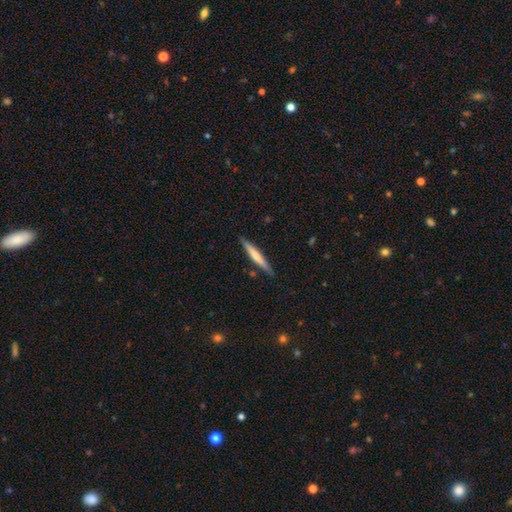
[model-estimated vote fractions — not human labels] smooth_or_featured: smooth (p=0.55) [alt: featured or disk p=0.39]
how_rounded: cigar-shaped (p=0.95) [alt: in between p=0.04]
merging: none (p=0.87) [alt: minor disturbance p=0.09]